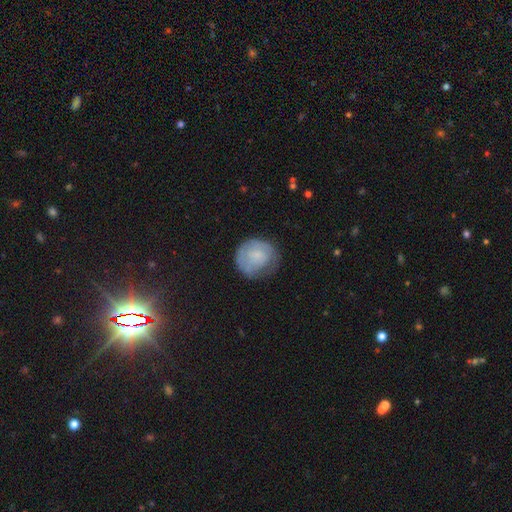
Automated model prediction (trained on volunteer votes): Smooth or featured? smooth (60%)
How rounded? round (85%)
Merging? none (61%)